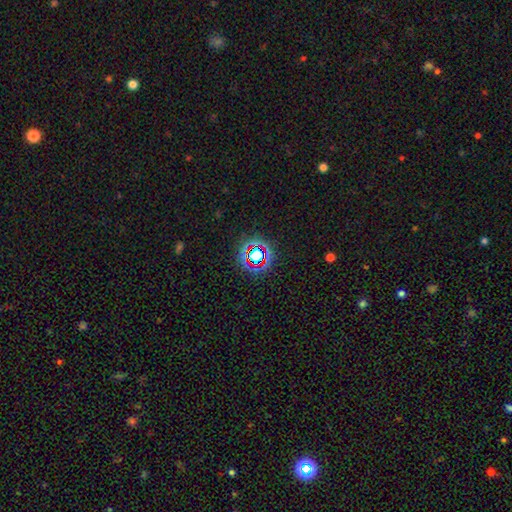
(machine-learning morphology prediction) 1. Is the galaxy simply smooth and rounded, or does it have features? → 68% star or artifact, 21% smooth, 11% featured or disk.